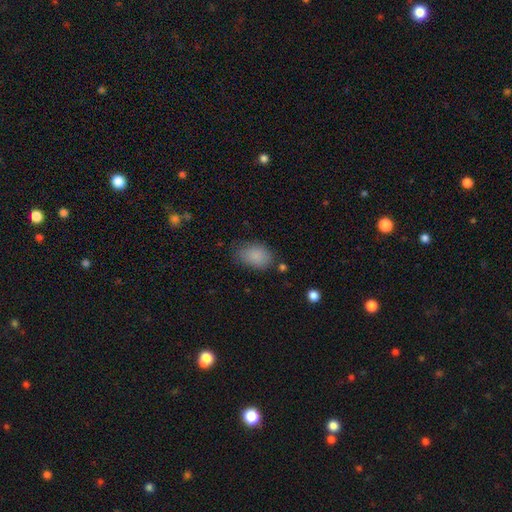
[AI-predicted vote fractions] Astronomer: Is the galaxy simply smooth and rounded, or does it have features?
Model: smooth — 86%.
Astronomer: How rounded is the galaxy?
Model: in between — 87%.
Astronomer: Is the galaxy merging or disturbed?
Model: none — 72%.